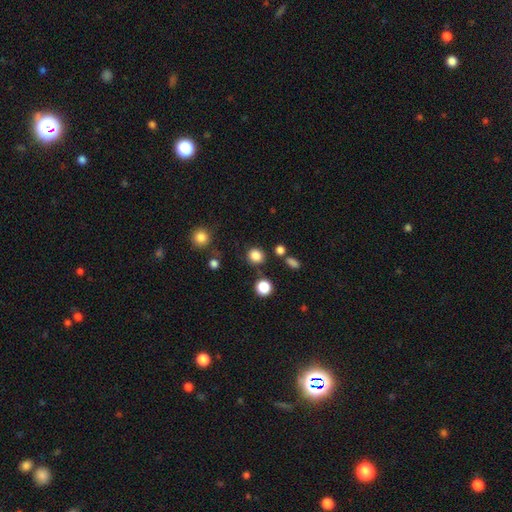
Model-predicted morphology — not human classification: Overall: smooth (83%). How rounded: round (87%). Merging: none (83%).